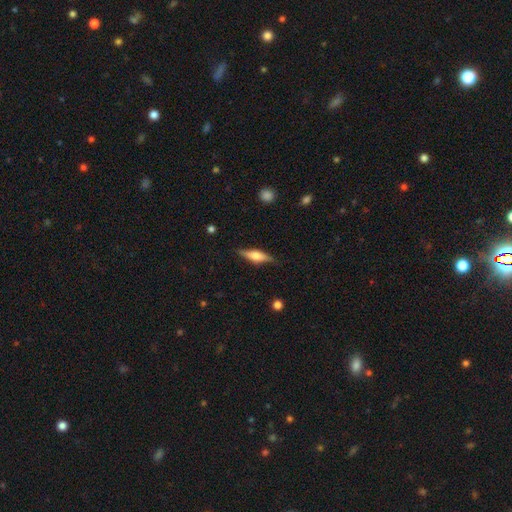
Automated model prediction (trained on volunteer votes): This appears to be a featured or disk galaxy (54%) viewed edge-on (93%) with a rounded central bulge (79%). Merging: none (82%).